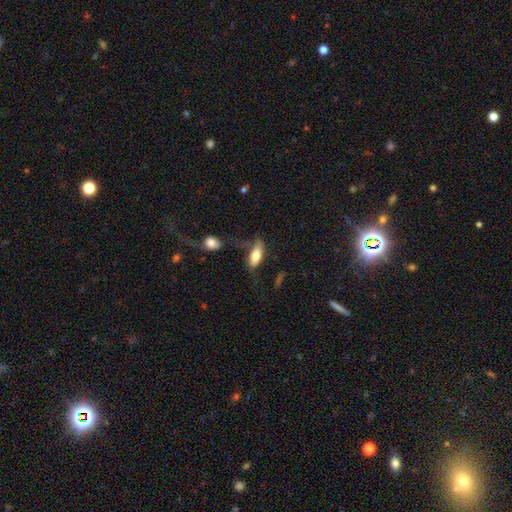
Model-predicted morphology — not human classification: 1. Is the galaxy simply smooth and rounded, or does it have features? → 68% smooth, 25% featured or disk, 7% star or artifact.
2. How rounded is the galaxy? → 79% in between, 18% cigar-shaped, 3% round.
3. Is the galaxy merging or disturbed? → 39% none, 23% minor disturbance, 22% major disturbance, 16% merger.